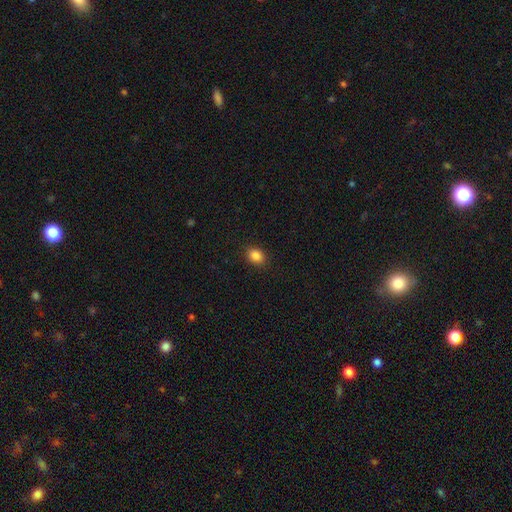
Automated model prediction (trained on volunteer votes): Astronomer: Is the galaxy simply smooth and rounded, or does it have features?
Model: smooth — 86%.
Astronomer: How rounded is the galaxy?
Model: in between — 61% (runner-up: round, 38%).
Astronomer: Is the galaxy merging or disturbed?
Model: none — 89%.